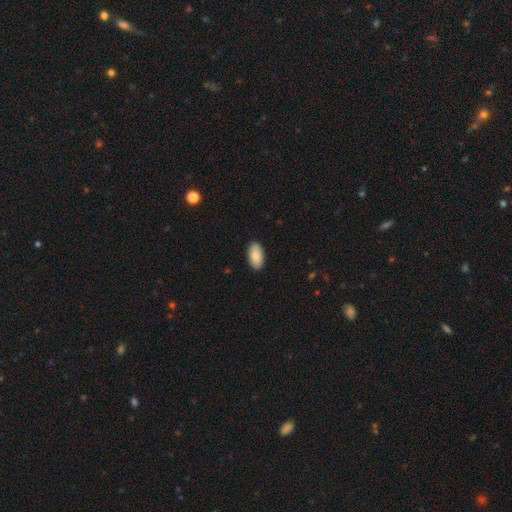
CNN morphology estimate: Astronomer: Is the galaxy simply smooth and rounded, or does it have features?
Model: smooth — 88%.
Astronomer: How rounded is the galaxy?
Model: in between — 95%.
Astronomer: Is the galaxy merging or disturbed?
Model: none — 90%.